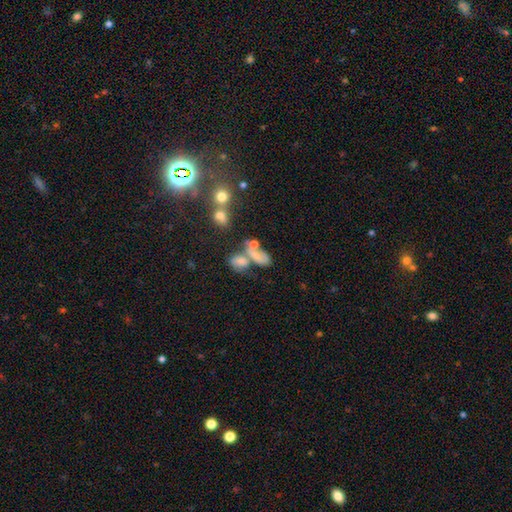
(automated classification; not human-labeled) This is likely a smooth galaxy (60%). How rounded: clearly in between (82%). Merging: possibly merger (53%).